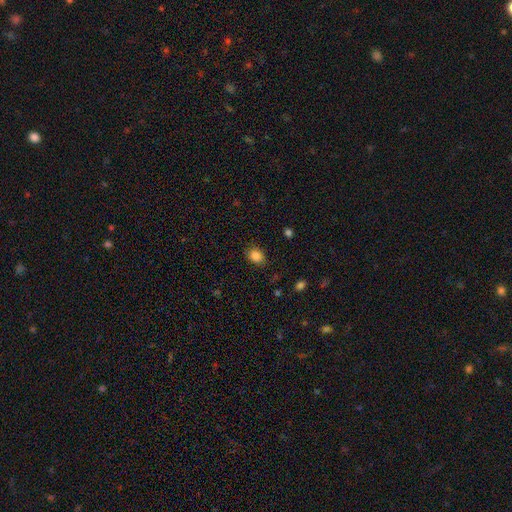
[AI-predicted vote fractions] Q: Smooth or featured?
A: smooth (85%); runner-up: star or artifact (10%)
Q: How rounded?
A: round (50%); runner-up: in between (49%)
Q: Merging?
A: none (84%); runner-up: minor disturbance (12%)